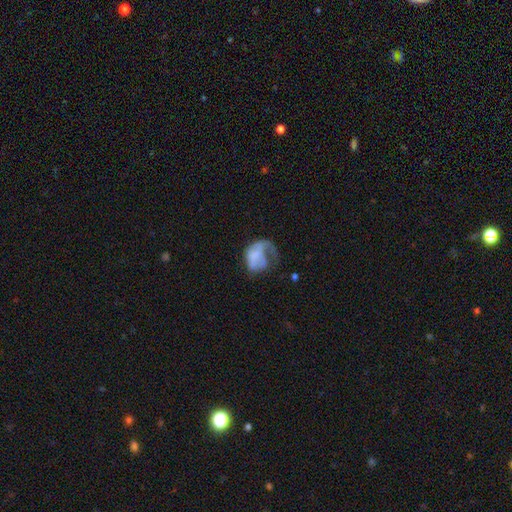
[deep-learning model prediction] A smooth galaxy with no disk features (46%).

Vote fractions:
- Smooth or featured? smooth: 46% / featured or disk: 45% / star or artifact: 9%
- Merging? major disturbance: 57% / minor disturbance: 20% / none: 19% / merger: 4%